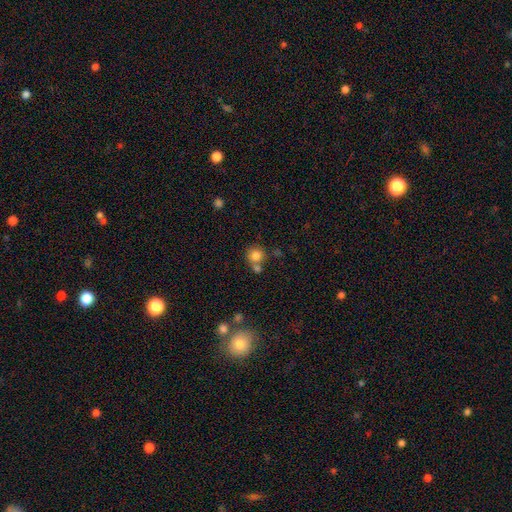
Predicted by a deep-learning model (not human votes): A smooth galaxy with no disk features (80%) that is round (86%).

Vote fractions:
- Smooth or featured? smooth: 80% / star or artifact: 11% / featured or disk: 9%
- How rounded? round: 86% / in between: 13% / cigar-shaped: 1%
- Merging? none: 55% / merger: 30% / minor disturbance: 10% / major disturbance: 4%